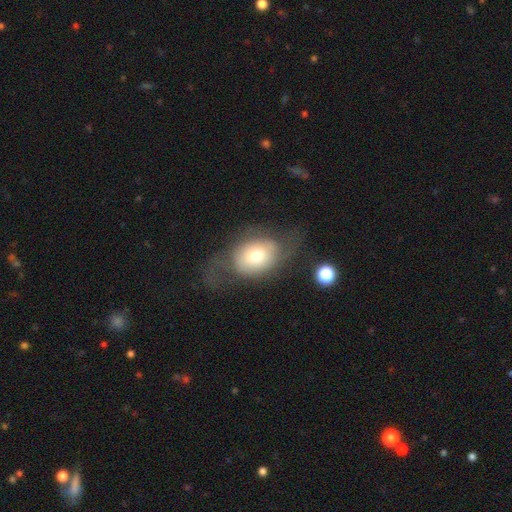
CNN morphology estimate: Smooth or featured: smooth — 60% (featured or disk — 32%)
How rounded: in between — 62% (round — 37%)
Merging: none — 40% (major disturbance — 33%)